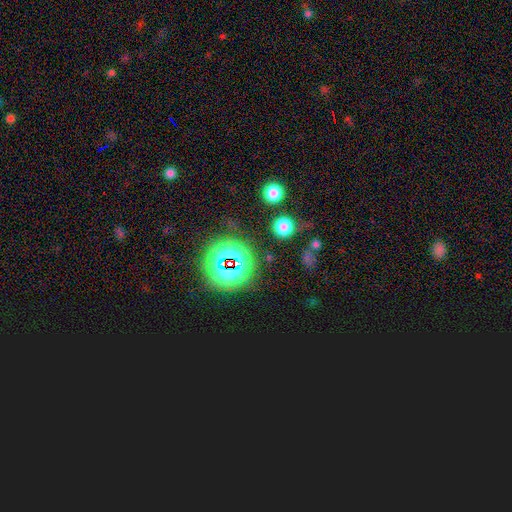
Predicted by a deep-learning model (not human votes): Smooth or featured? star or artifact (77%)